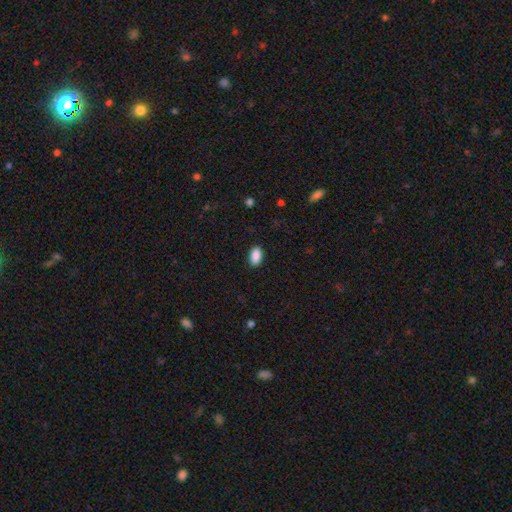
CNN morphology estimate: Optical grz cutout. It shows a smooth galaxy with no disk features (90%) that is in between round and cigar-shaped (93%). Merging: none (89%).